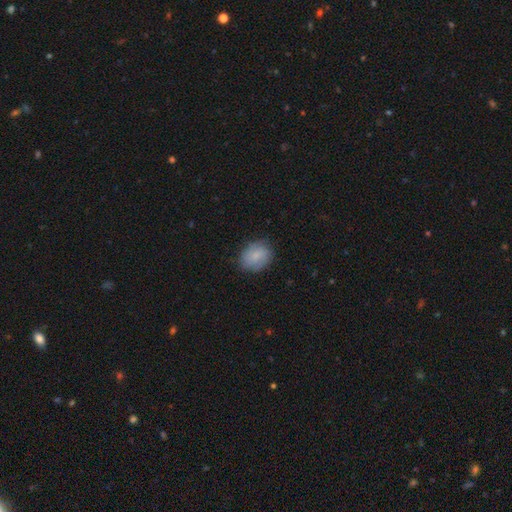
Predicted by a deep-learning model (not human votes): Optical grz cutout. It shows a smooth galaxy with no disk features (63%) that is in between round and cigar-shaped (51%). Merging: none (78%).